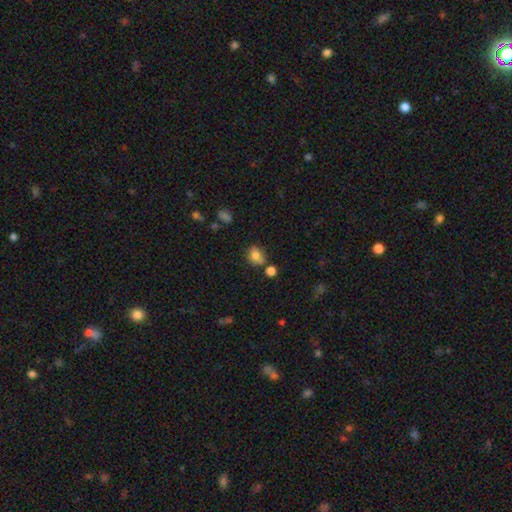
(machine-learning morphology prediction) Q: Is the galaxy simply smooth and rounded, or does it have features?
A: smooth — 76%.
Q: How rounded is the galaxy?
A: round — 64%.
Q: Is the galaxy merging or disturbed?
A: none — 59%.